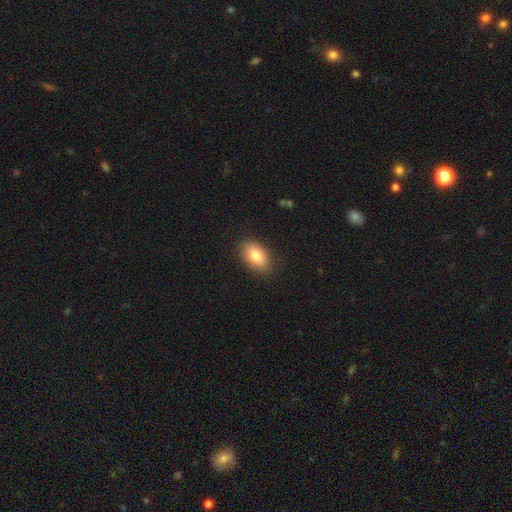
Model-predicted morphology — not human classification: Smooth or featured? smooth (81%)
How rounded? in between (91%)
Merging? none (87%)